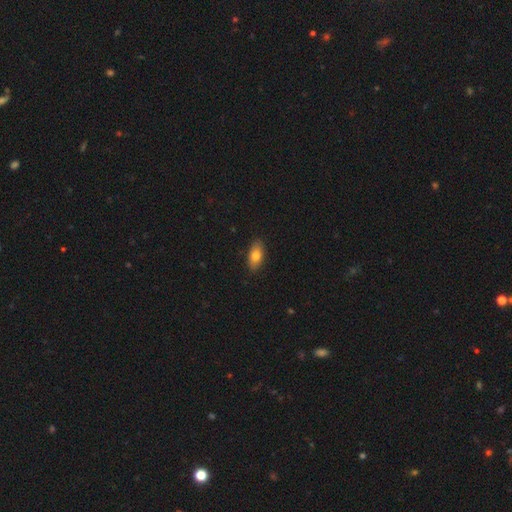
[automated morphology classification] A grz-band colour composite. It shows a smooth galaxy with no disk features (78%) that is in between round and cigar-shaped (88%). Merging: none (88%).